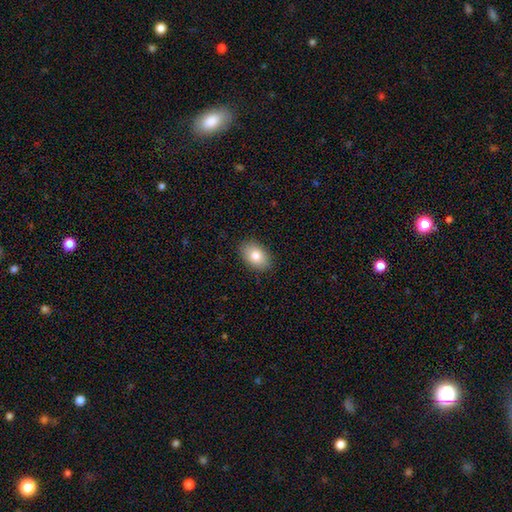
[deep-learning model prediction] smooth_or_featured: smooth (p=0.82) [alt: featured or disk p=0.10]
how_rounded: in between (p=0.87) [alt: round p=0.12]
merging: none (p=0.89) [alt: minor disturbance p=0.09]